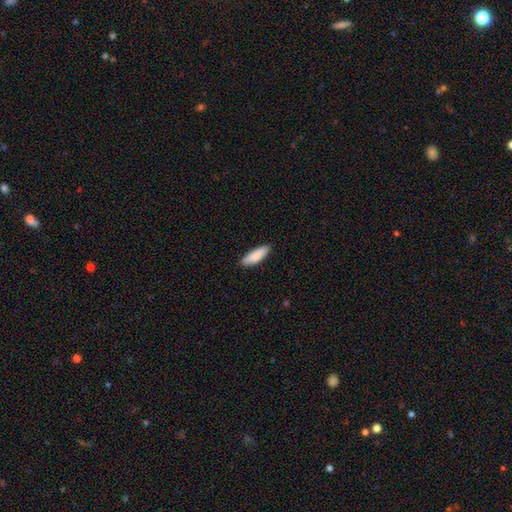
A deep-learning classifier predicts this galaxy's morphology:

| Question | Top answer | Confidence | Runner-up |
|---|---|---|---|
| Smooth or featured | smooth | 86% | featured or disk (8%) |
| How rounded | cigar-shaped | 51% | in between (47%) |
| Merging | none | 88% | minor disturbance (9%) |